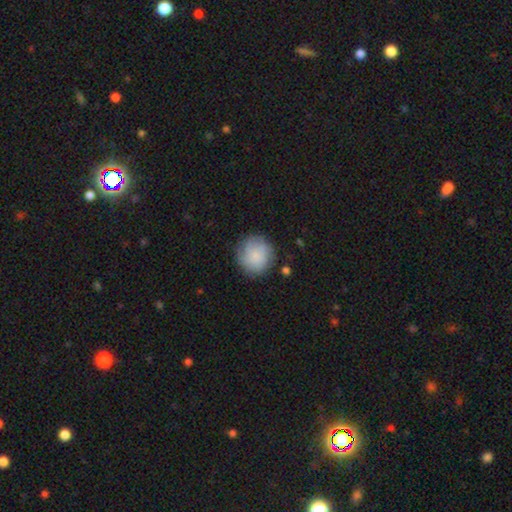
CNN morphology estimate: A smooth galaxy with no disk features (73%) that is round (91%). Merging: none (79%).